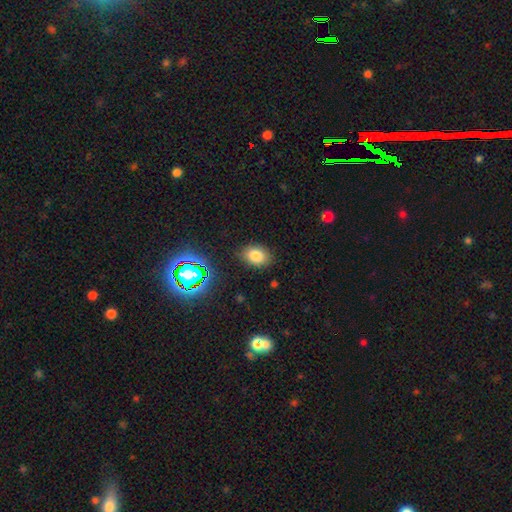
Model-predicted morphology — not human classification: smooth_or_featured: smooth (p=0.78) [alt: star or artifact p=0.15]
how_rounded: in between (p=0.77) [alt: round p=0.22]
merging: none (p=0.83) [alt: minor disturbance p=0.12]